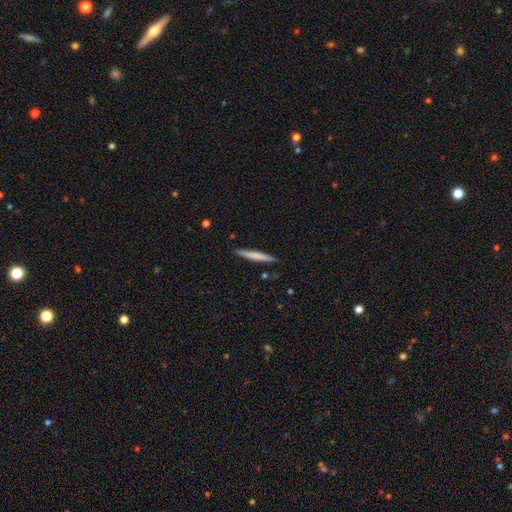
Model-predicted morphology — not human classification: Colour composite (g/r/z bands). It shows a smooth galaxy with no disk features (66%) that is cigar-shaped (96%). Merging: none (89%).